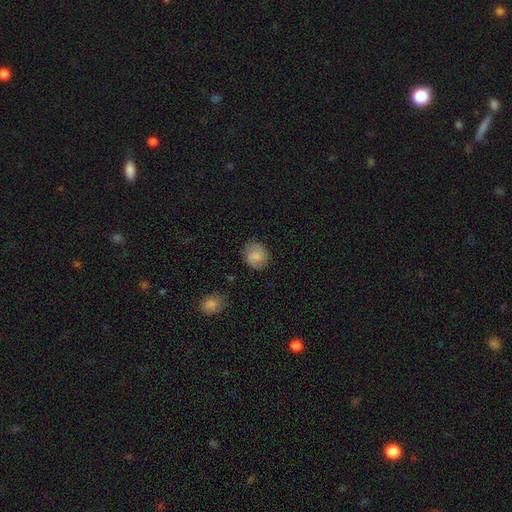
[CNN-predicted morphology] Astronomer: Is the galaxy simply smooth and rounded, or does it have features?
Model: smooth — 77%.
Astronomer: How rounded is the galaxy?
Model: round — 66%.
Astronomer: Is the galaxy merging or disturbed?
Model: none — 81%.